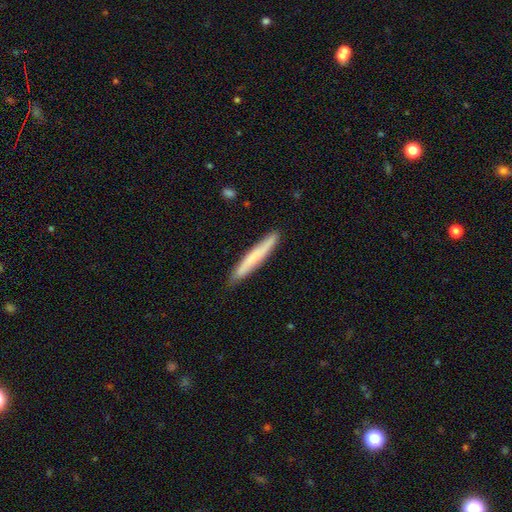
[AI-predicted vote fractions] Morphology: type=smooth (66%); roundness=cigar-shaped (96%); merging=none (87%).